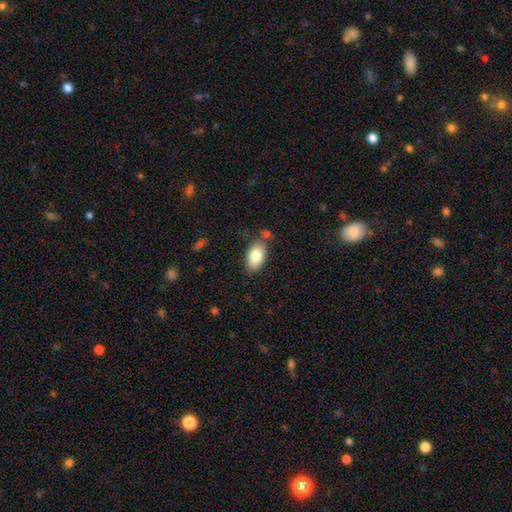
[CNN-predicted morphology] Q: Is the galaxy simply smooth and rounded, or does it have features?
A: smooth — 84%.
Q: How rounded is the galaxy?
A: in between — 94%.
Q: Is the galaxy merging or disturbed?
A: none — 74%.